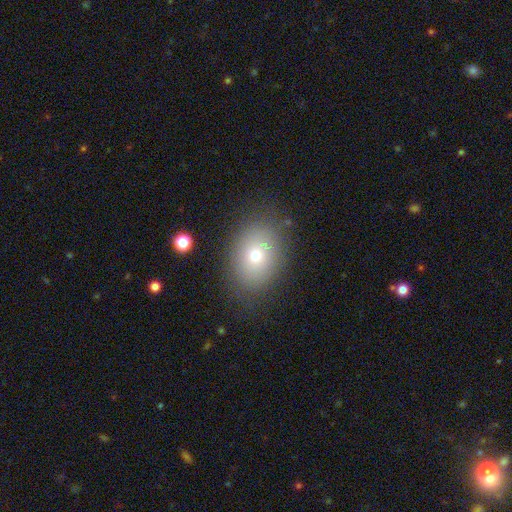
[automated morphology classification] Smooth or featured?
  - smooth: 70% *
  - featured or disk: 17%
  - star or artifact: 12%
How rounded?
  - in between: 72% *
  - round: 27%
  - cigar-shaped: 1%
Merging?
  - none: 83% *
  - minor disturbance: 12%
  - major disturbance: 4%
  - merger: 1%